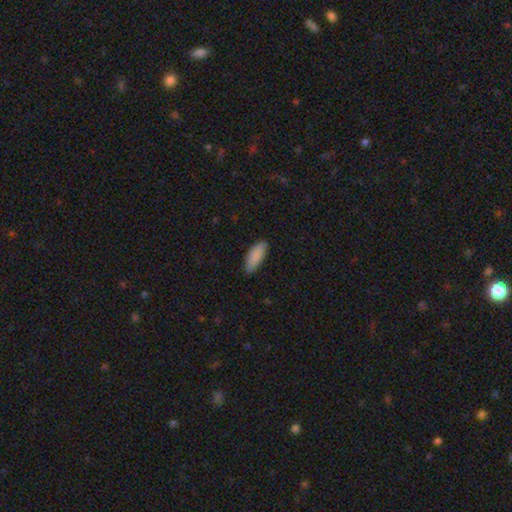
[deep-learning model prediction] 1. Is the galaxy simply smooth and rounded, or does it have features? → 87% smooth, 6% featured or disk, 6% star or artifact.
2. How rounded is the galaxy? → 74% in between, 25% cigar-shaped, 2% round.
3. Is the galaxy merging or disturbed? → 77% none, 19% minor disturbance, 3% major disturbance, 1% merger.